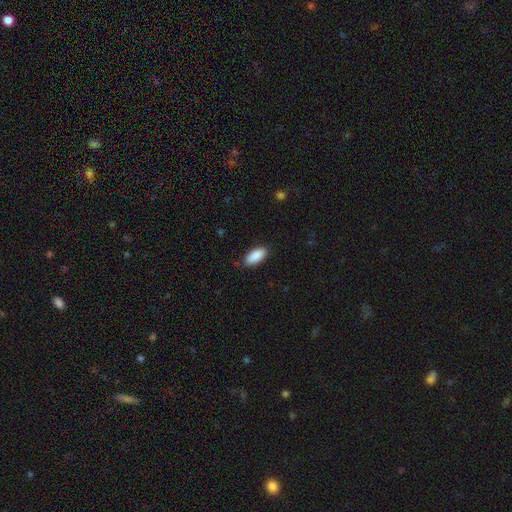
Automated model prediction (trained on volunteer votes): Q: Smooth or featured?
A: smooth (90%); runner-up: star or artifact (6%)
Q: How rounded?
A: in between (90%); runner-up: cigar-shaped (8%)
Q: Merging?
A: none (86%); runner-up: minor disturbance (11%)